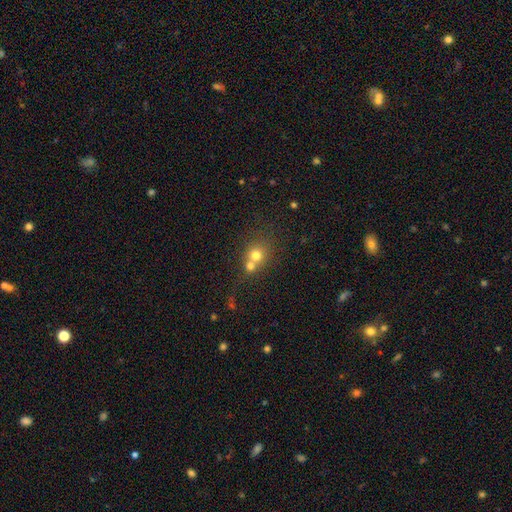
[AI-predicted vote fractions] Morphology: type=smooth (72%); roundness=round (82%); merging=merger (56%).